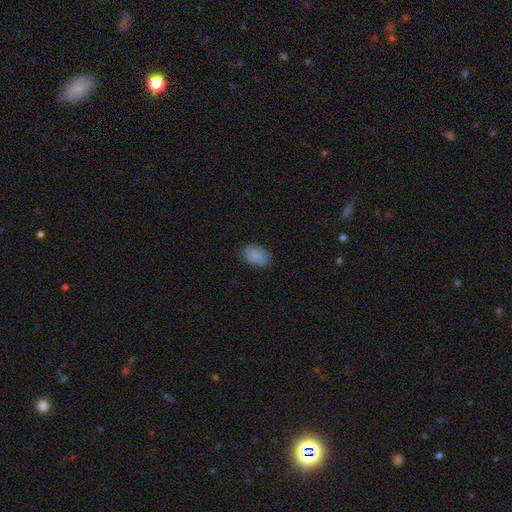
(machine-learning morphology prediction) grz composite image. It shows a smooth galaxy with no disk features (78%) that is in between round and cigar-shaped (83%). Merging: none (69%).